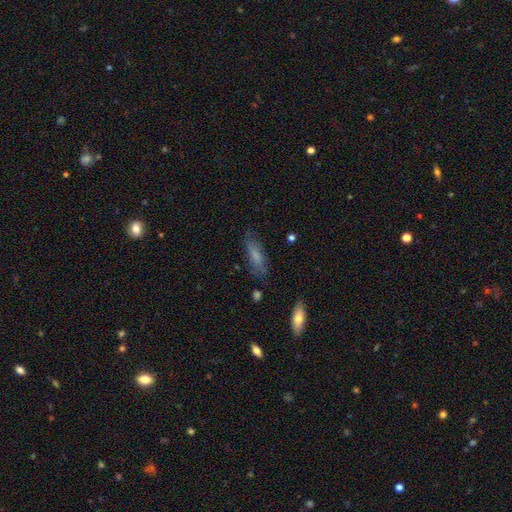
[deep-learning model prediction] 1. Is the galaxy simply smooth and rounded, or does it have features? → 67% smooth, 25% featured or disk, 8% star or artifact.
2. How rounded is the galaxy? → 51% cigar-shaped, 47% in between, 2% round.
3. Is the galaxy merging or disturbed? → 71% none, 20% minor disturbance, 6% major disturbance, 2% merger.